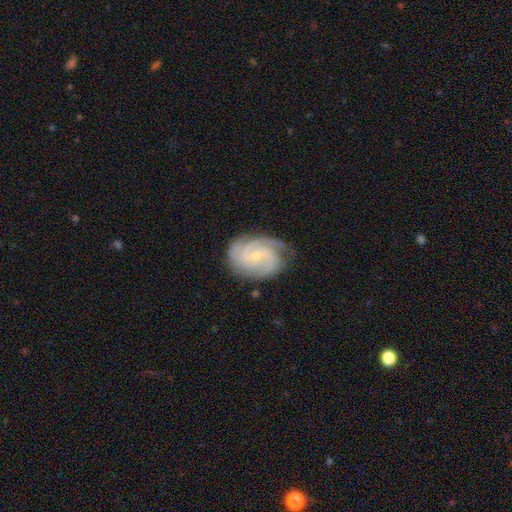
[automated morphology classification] A featured or disk galaxy (86%) with no bar (55%), 2 (34%) tight (62%) spiral arms (97%) and a small central bulge (68%).

Vote fractions:
- Smooth or featured? featured or disk: 86% / smooth: 9% / star or artifact: 5%
- Edge-on disk? no: 97% / yes: 3%
- Bar? no: 55% / weak: 38% / strong: 7%
- Spiral arms? yes: 97% / no: 3%
- Spiral winding? tight: 62% / medium: 32% / loose: 7%
- Spiral arm count? 2: 34% / 3: 30% / can't tell: 19% / 4: 7% / 1: 5% / more than 4: 4%
- Bulge size? small: 68% / moderate: 29% / none: 2% / large: 1% / dominant: 1%
- Merging? none: 71% / minor disturbance: 21% / major disturbance: 7% / merger: 1%